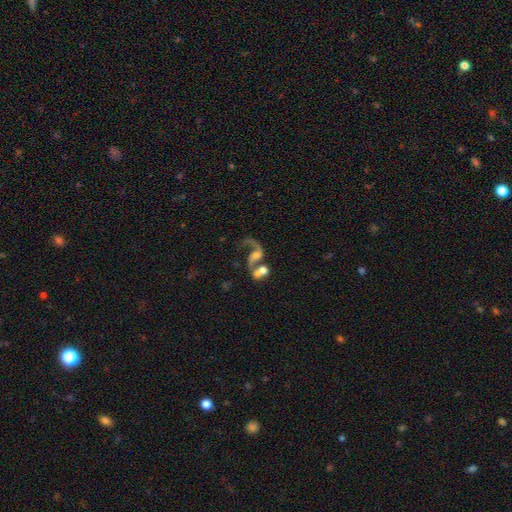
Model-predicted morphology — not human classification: Overall: featured or disk (71%). Edge-on disk: no (96%). Bar: no (55%; weak 31%). Spiral arms: yes (82%). Spiral arm count: 2 (49%; 1 45%). Spiral winding: loose (78%). Bulge size: moderate (36%; small 27%). Merging: merger (54%; major disturbance 20%).